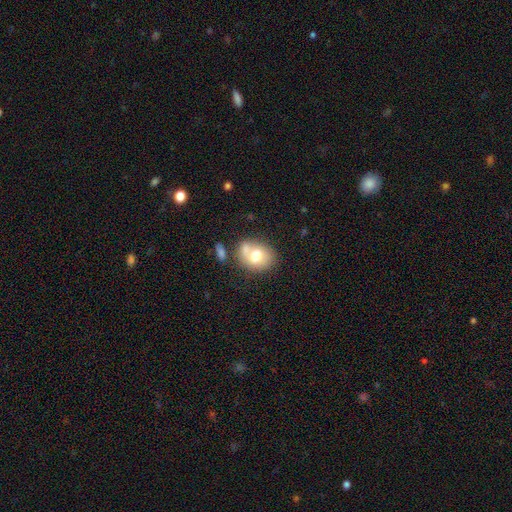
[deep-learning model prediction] Morphology: type=smooth (69%); roundness=round (58%); merging=none (51%).